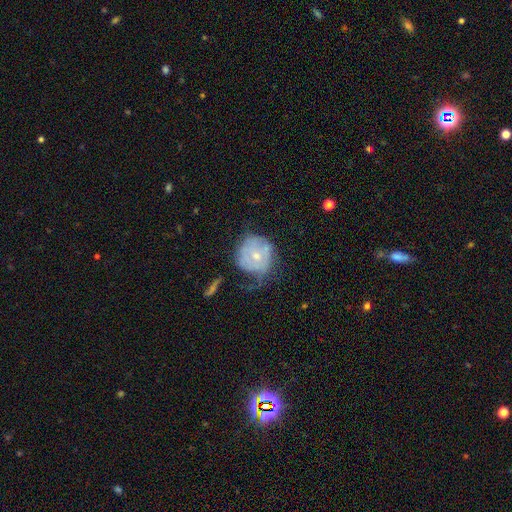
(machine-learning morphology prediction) This appears to be a featured or disk galaxy (52%). Merging: none (38%).